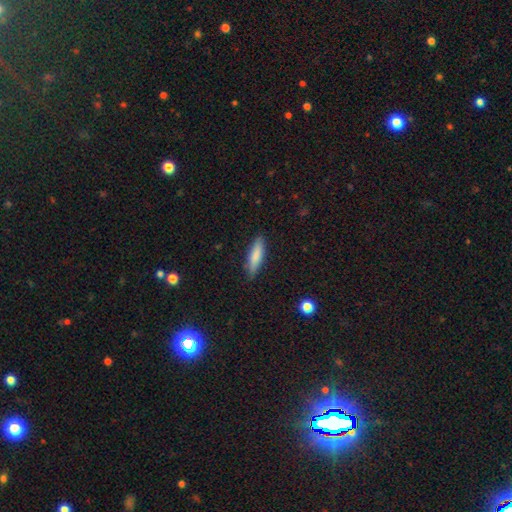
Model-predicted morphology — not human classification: This is clearly a smooth galaxy (80%). How rounded: likely cigar-shaped (69%). Merging: clearly none (85%).